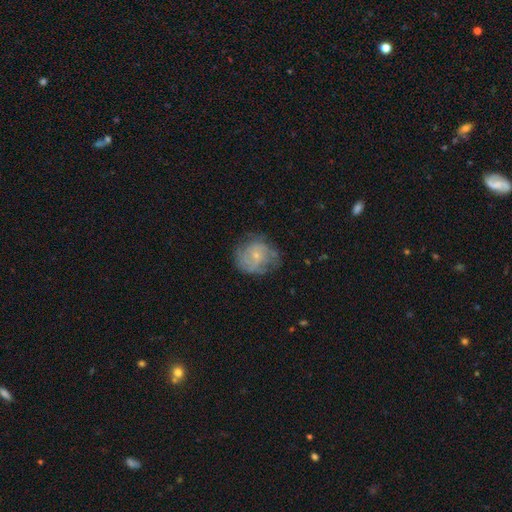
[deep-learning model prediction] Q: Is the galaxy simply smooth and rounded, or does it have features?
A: featured or disk — 62%.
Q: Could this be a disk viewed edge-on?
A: no — 98%.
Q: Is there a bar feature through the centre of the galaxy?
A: no — 78%.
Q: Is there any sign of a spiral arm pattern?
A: yes — 79%.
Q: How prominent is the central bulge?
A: small — 75%.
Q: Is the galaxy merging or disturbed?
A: none — 64%.